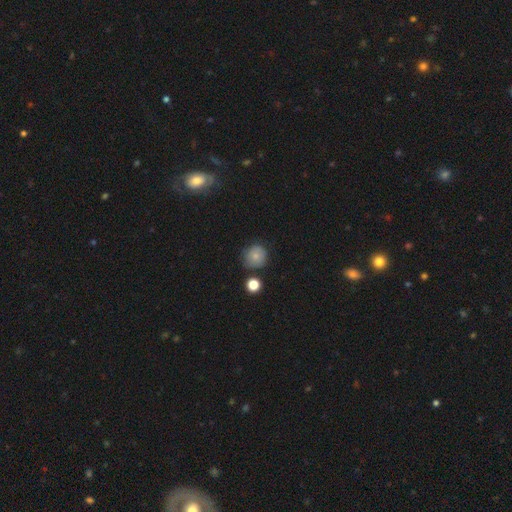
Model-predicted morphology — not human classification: A smooth galaxy with no disk features (80%) that is round (90%).

Vote fractions:
- Smooth or featured? smooth: 80% / star or artifact: 11% / featured or disk: 10%
- How rounded? round: 90% / in between: 9% / cigar-shaped: 1%
- Merging? none: 75% / minor disturbance: 16% / merger: 5% / major disturbance: 4%